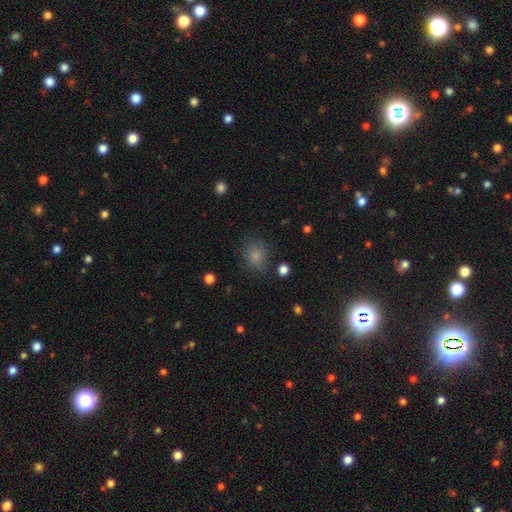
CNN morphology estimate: This appears to be a smooth galaxy with no disk features (79%) that is round (67%). Merging: none (73%).